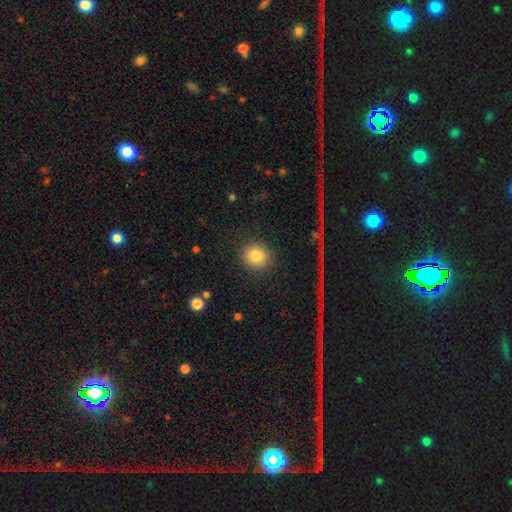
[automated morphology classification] Smooth or featured?
  - smooth: 82% *
  - star or artifact: 10%
  - featured or disk: 7%
How rounded?
  - round: 87% *
  - in between: 12%
  - cigar-shaped: 1%
Merging?
  - none: 89% *
  - minor disturbance: 7%
  - major disturbance: 3%
  - merger: 1%